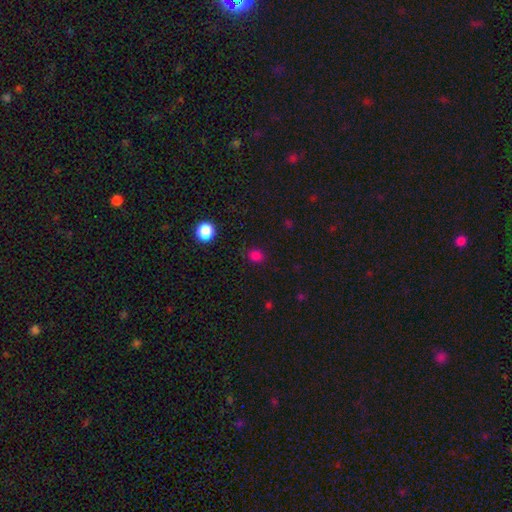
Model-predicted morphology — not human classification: Smooth or featured?
  - smooth: 78% *
  - star or artifact: 18%
  - featured or disk: 3%
How rounded?
  - round: 75% *
  - in between: 24%
  - cigar-shaped: 1%
Merging?
  - none: 84% *
  - minor disturbance: 11%
  - major disturbance: 4%
  - merger: 2%